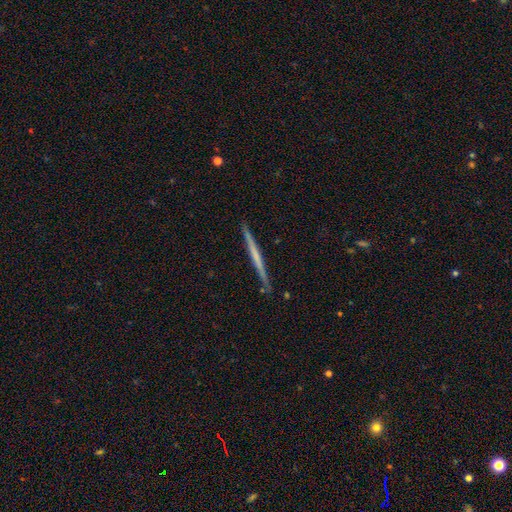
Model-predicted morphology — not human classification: This is possibly a featured or disk galaxy (56%). It is clearly viewed edge-on (98%). Edge-on bulge: clearly none (84%). Merging: clearly none (90%).